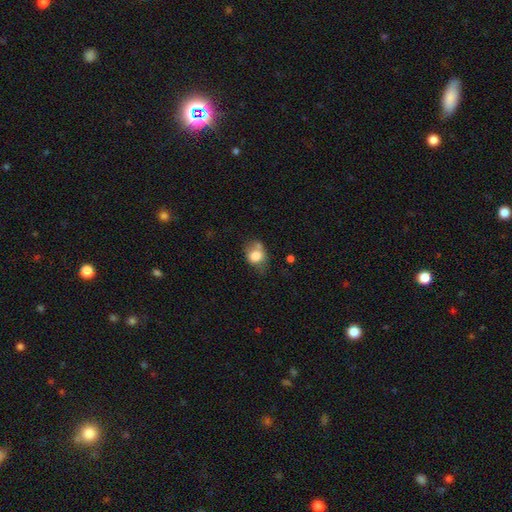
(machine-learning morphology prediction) A smooth galaxy with no disk features (76%) that is round (56%).

Vote fractions:
- Smooth or featured? smooth: 76% / featured or disk: 14% / star or artifact: 10%
- How rounded? round: 56% / in between: 42% / cigar-shaped: 1%
- Merging? none: 46% / minor disturbance: 24% / merger: 21% / major disturbance: 9%